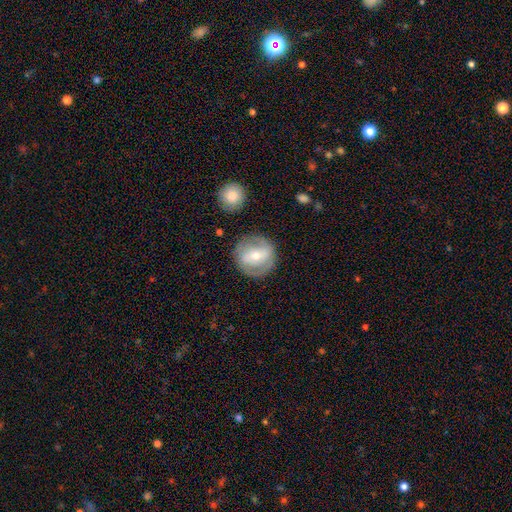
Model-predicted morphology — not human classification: smooth_or_featured: featured or disk (p=0.59) [alt: smooth p=0.35]
disk_edge_on: no (p=0.96) [alt: yes p=0.04]
bar: weak (p=0.38) [alt: strong p=0.32]
has_spiral_arms: yes (p=0.60) [alt: no p=0.40]
bulge_size: moderate (p=0.51) [alt: small p=0.44]
merging: none (p=0.83) [alt: minor disturbance p=0.11]